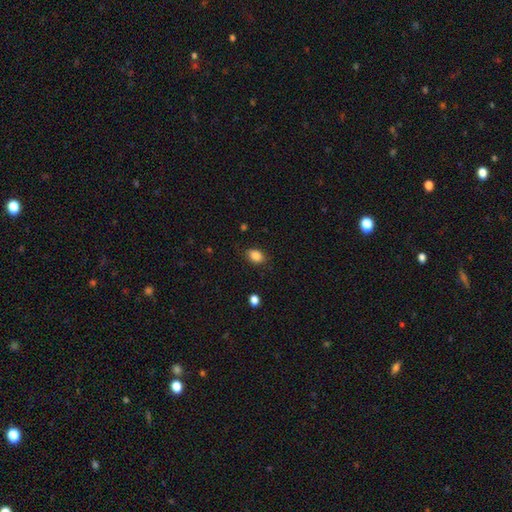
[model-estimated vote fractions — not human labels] Q: Smooth or featured?
A: smooth (86%); runner-up: star or artifact (9%)
Q: How rounded?
A: in between (81%); runner-up: round (17%)
Q: Merging?
A: none (83%); runner-up: minor disturbance (13%)